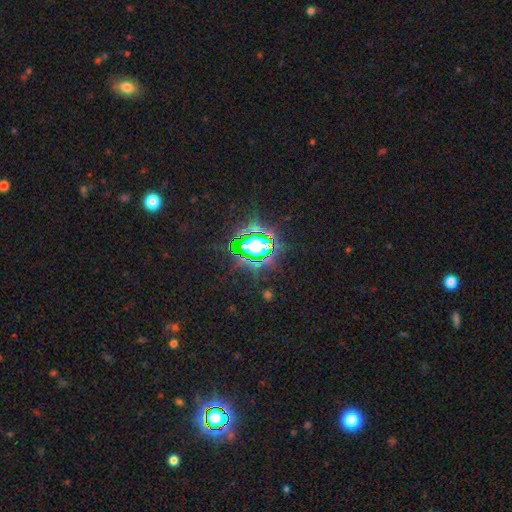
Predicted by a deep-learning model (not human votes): A star or artifact, not a galaxy (80%).